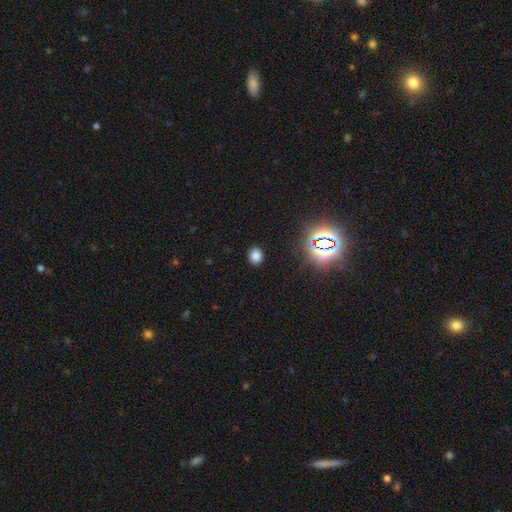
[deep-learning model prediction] Smooth or featured? smooth (75%)
How rounded? round (60%)
Merging? none (89%)